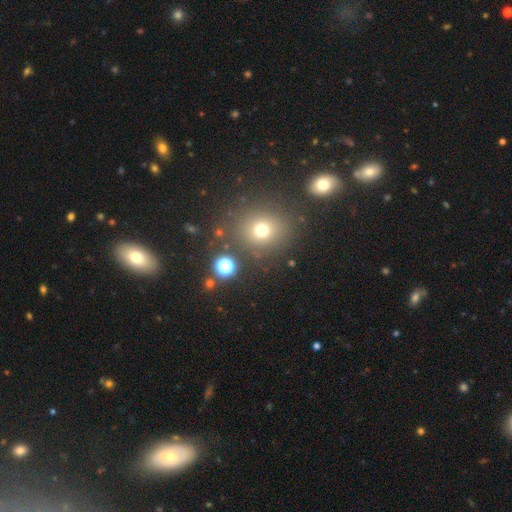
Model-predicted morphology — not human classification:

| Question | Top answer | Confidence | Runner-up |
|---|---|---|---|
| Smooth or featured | smooth | 51% | star or artifact (37%) |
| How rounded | round | 81% | in between (17%) |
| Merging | none | 79% | minor disturbance (9%) |